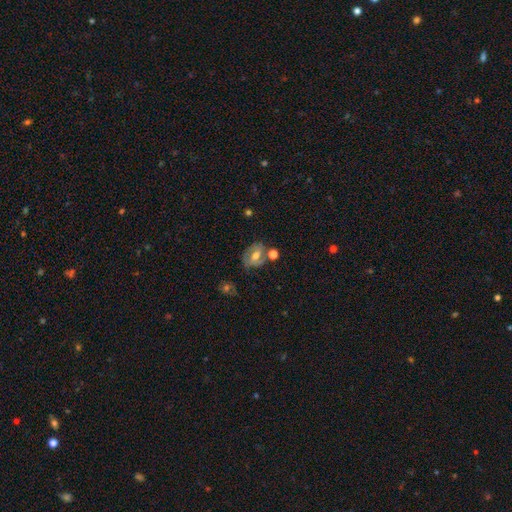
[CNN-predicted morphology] Smooth or featured: featured or disk — 56% (smooth — 34%)
Edge-on disk: no — 95% (yes — 5%)
Bar: weak — 42% (no — 29%)
Spiral arms: yes — 64% (no — 36%)
Bulge size: moderate — 67% (small — 19%)
Merging: none — 60% (minor disturbance — 18%)